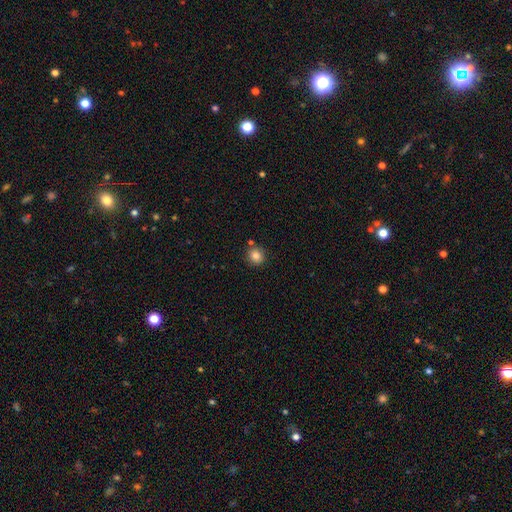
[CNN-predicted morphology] This appears to be a smooth galaxy with no disk features (83%) that is round (90%). Merging: none (82%).